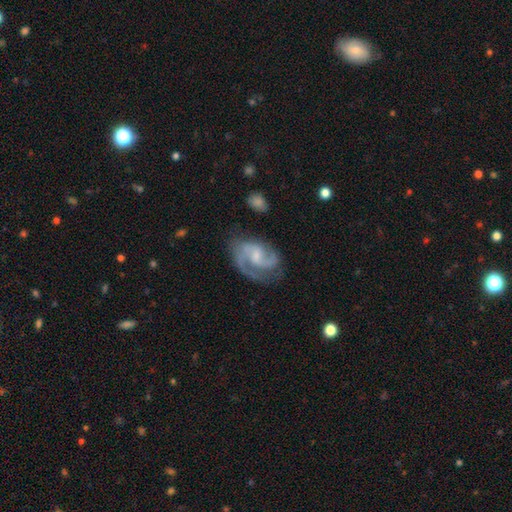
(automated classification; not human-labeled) A featured or disk galaxy (87%) with a weak bar (51%), 2 (80%) medium (56%) spiral arms (97%) and a small central bulge (47%).

Vote fractions:
- Smooth or featured? featured or disk: 87% / smooth: 8% / star or artifact: 5%
- Edge-on disk? no: 98% / yes: 2%
- Bar? weak: 51% / no: 39% / strong: 11%
- Spiral arms? yes: 97% / no: 3%
- Spiral winding? medium: 56% / tight: 23% / loose: 21%
- Spiral arm count? 2: 80% / 1: 7% / can't tell: 6% / 3: 5% / 4: 1% / more than 4: 1%
- Bulge size? small: 47% / moderate: 31% / none: 17% / large: 3% / dominant: 1%
- Merging? none: 65% / minor disturbance: 21% / major disturbance: 12% / merger: 2%